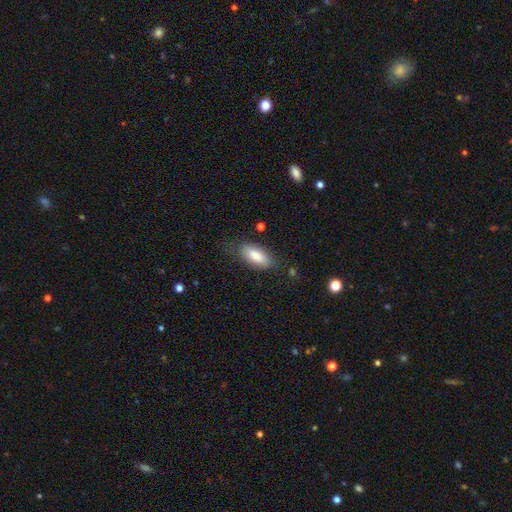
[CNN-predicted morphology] Smooth or featured: smooth — 79% (featured or disk — 14%)
How rounded: in between — 87% (cigar-shaped — 11%)
Merging: none — 73% (minor disturbance — 19%)